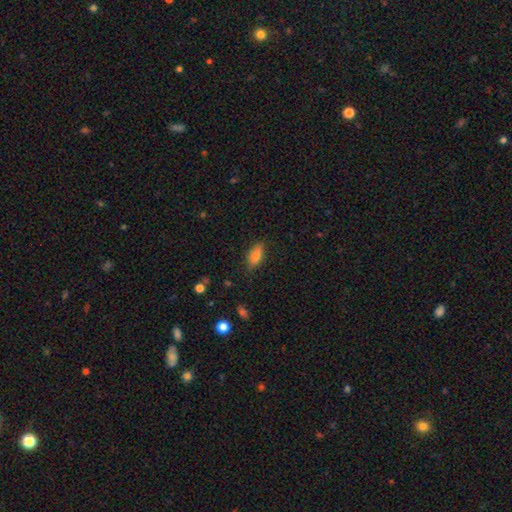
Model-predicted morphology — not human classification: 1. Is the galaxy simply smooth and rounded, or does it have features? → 78% smooth, 14% featured or disk, 8% star or artifact.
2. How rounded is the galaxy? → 84% in between, 13% cigar-shaped, 3% round.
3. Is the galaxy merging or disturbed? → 82% none, 14% minor disturbance, 3% major disturbance, 1% merger.